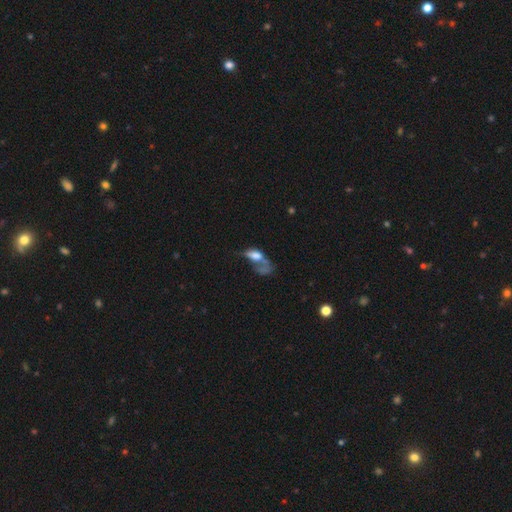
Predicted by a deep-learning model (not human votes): smooth_or_featured: smooth (p=0.51) [alt: featured or disk p=0.37]
how_rounded: in between (p=0.82) [alt: round p=0.11]
merging: major disturbance (p=0.47) [alt: merger p=0.30]